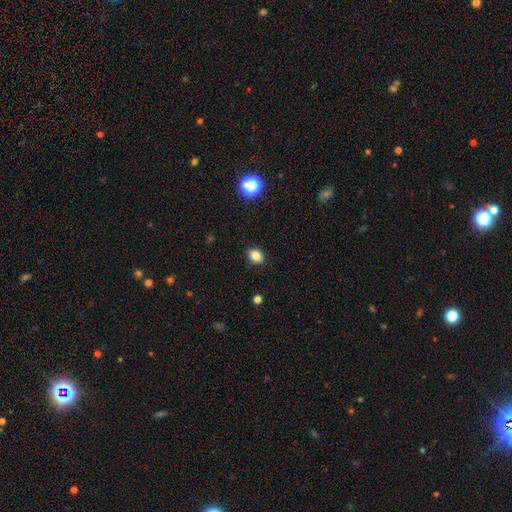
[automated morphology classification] smooth_or_featured: smooth (p=0.83) [alt: star or artifact p=0.11]
how_rounded: in between (p=0.63) [alt: round p=0.36]
merging: none (p=0.89) [alt: minor disturbance p=0.08]